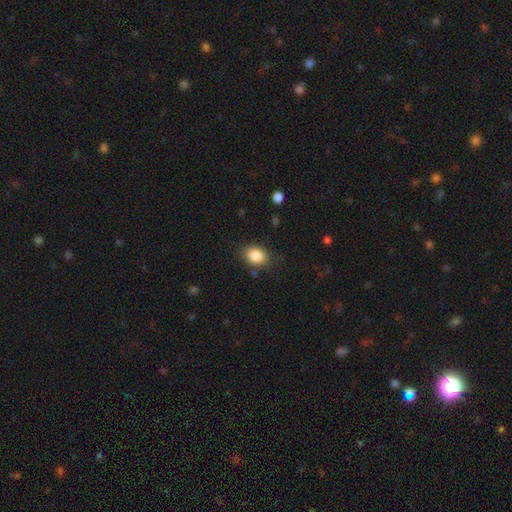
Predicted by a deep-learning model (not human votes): Smooth or featured: smooth — 86% (star or artifact — 8%)
How rounded: in between — 66% (round — 33%)
Merging: none — 80% (minor disturbance — 14%)